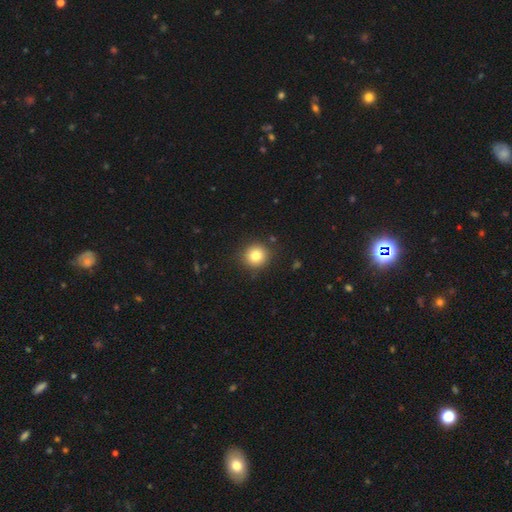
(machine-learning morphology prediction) This is clearly a smooth galaxy (81%). How rounded: clearly round (92%). Merging: clearly none (90%).